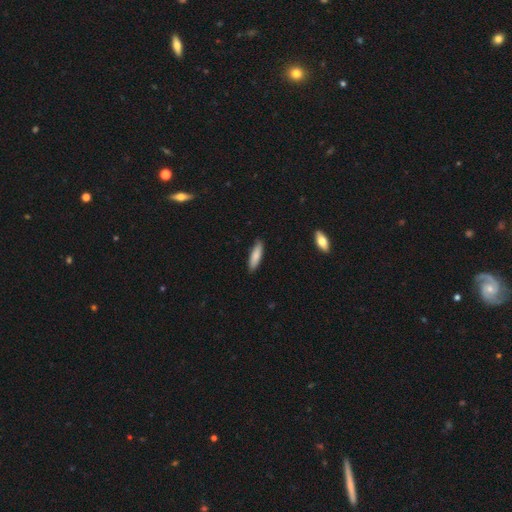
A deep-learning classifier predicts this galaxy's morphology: Smooth or featured? smooth (83%)
How rounded? cigar-shaped (67%)
Merging? none (88%)